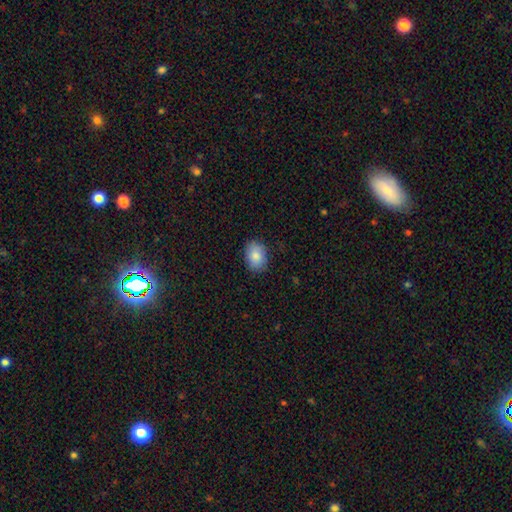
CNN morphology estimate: smooth 86%, featured or disk 7%, star or artifact 7%. Down the decision tree: how rounded — in between (74%); merging — none (82%).